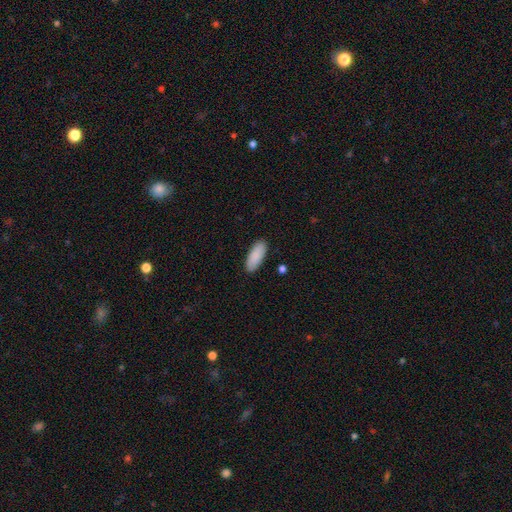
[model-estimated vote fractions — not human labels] smooth_or_featured: smooth (p=0.89) [alt: star or artifact p=0.06]
how_rounded: in between (p=0.78) [alt: cigar-shaped p=0.20]
merging: none (p=0.88) [alt: minor disturbance p=0.09]